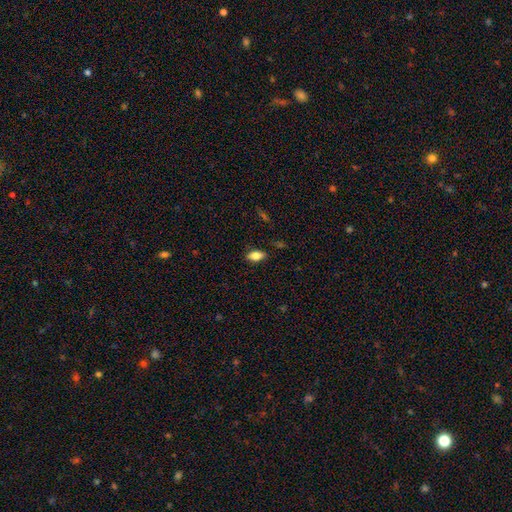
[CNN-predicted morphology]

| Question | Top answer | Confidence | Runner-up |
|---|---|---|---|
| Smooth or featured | smooth | 79% | featured or disk (13%) |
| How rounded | in between | 87% | cigar-shaped (8%) |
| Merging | none | 82% | minor disturbance (14%) |